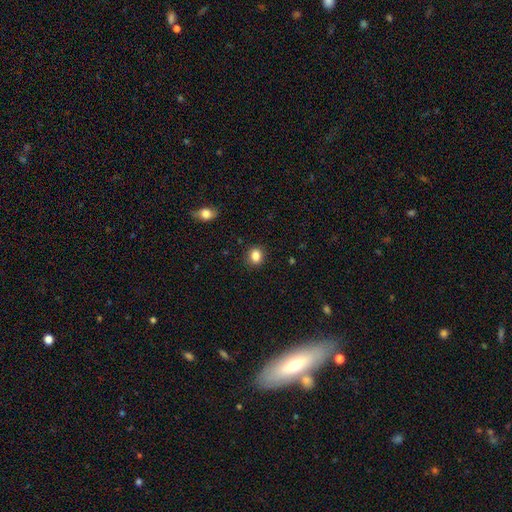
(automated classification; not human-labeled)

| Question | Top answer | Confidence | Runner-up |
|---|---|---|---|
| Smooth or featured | smooth | 85% | star or artifact (11%) |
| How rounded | round | 64% | in between (35%) |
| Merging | none | 88% | minor disturbance (9%) |